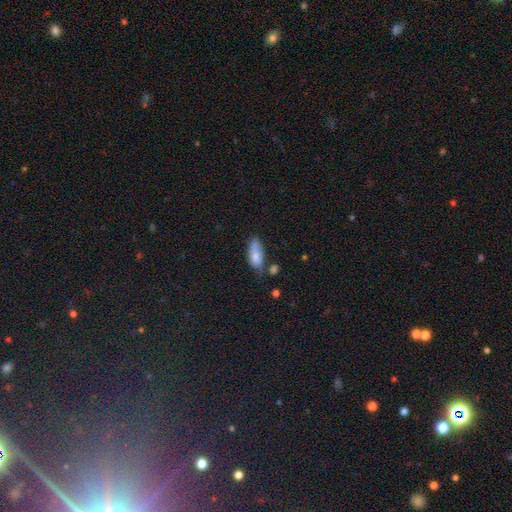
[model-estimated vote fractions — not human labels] Smooth or featured: smooth — 78% (featured or disk — 15%)
How rounded: in between — 78% (cigar-shaped — 20%)
Merging: none — 51% (minor disturbance — 30%)